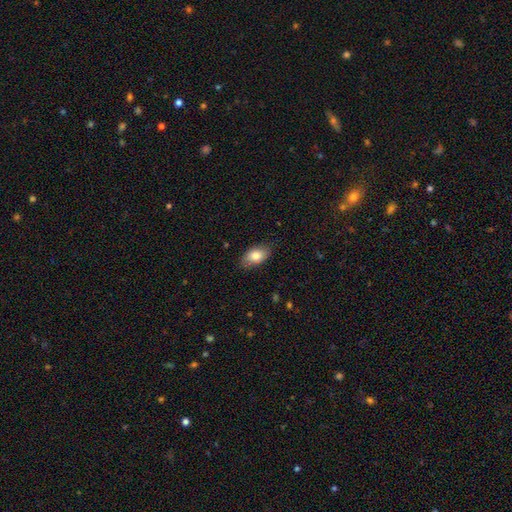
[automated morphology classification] A smooth galaxy with no disk features (81%) that is in between round and cigar-shaped (91%).

Vote fractions:
- Smooth or featured? smooth: 81% / featured or disk: 12% / star or artifact: 7%
- How rounded? in between: 91% / round: 7% / cigar-shaped: 2%
- Merging? none: 81% / minor disturbance: 15% / major disturbance: 3% / merger: 1%